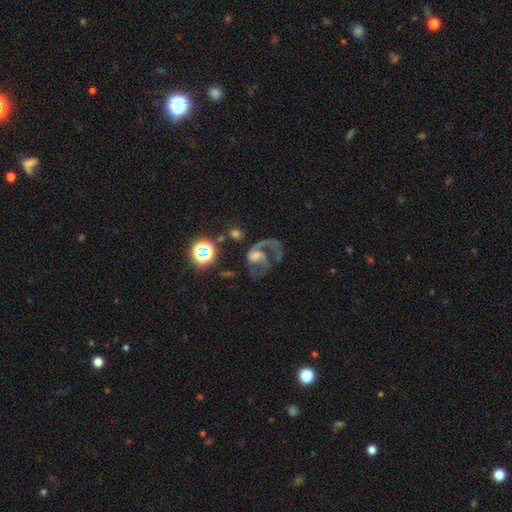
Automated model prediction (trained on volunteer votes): A featured or disk galaxy (77%) with no bar (56%), 1 (52%) medium (44%) spiral arms (89%) and a small central bulge (30%, tied with moderate). Merging: major disturbance (47%).